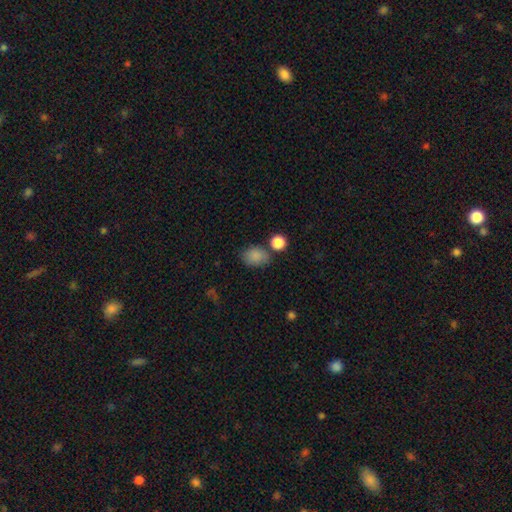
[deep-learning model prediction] A smooth galaxy with no disk features (85%) that is in between round and cigar-shaped (70%). Merging: none (69%).